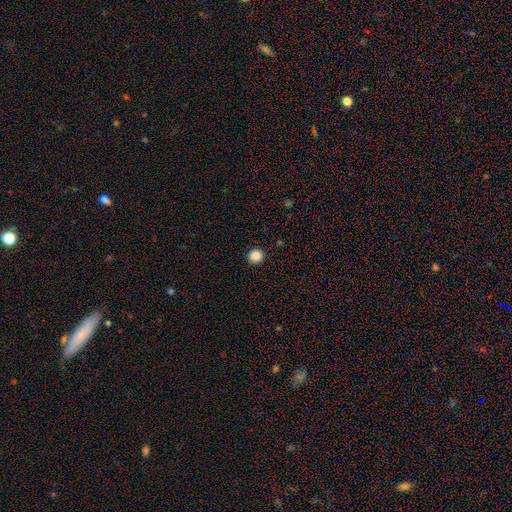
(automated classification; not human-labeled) smooth_or_featured: smooth (p=0.87) [alt: star or artifact p=0.10]
how_rounded: round (p=0.92) [alt: in between p=0.07]
merging: none (p=0.93) [alt: minor disturbance p=0.05]